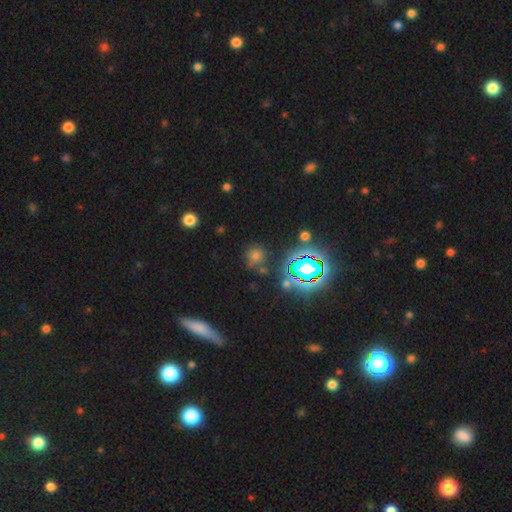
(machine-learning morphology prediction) Smooth or featured? Predicted: smooth (p=0.57). How rounded? Predicted: round (p=0.89). Merging? Predicted: none (p=0.77).